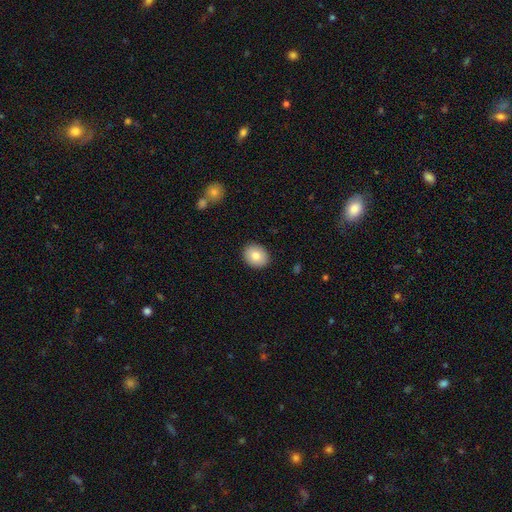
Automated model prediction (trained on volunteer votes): This appears to be a smooth galaxy with no disk features (80%) that is round (64%). Merging: none (90%).